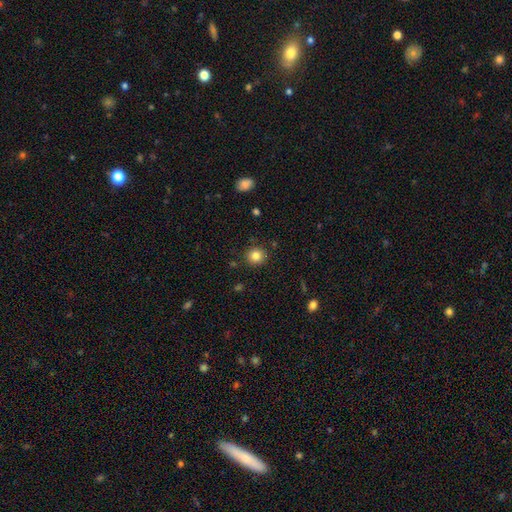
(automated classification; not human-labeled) Smooth or featured?
  - smooth: 82% *
  - star or artifact: 11%
  - featured or disk: 6%
How rounded?
  - round: 89% *
  - in between: 10%
  - cigar-shaped: 1%
Merging?
  - none: 89% *
  - minor disturbance: 7%
  - major disturbance: 2%
  - merger: 2%